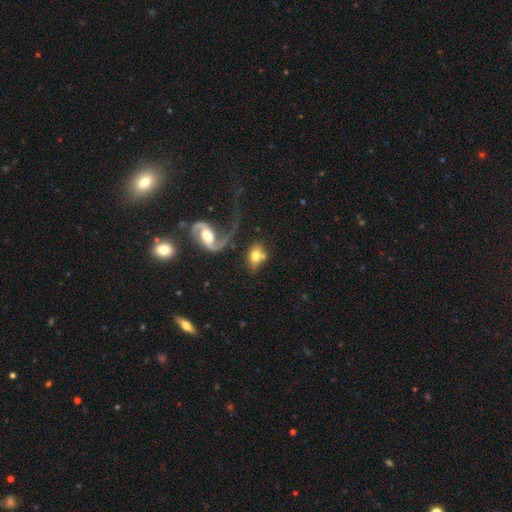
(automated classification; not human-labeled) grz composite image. It shows a smooth galaxy with no disk features (58%) that is in between round and cigar-shaped (68%). Merging: none (41%).